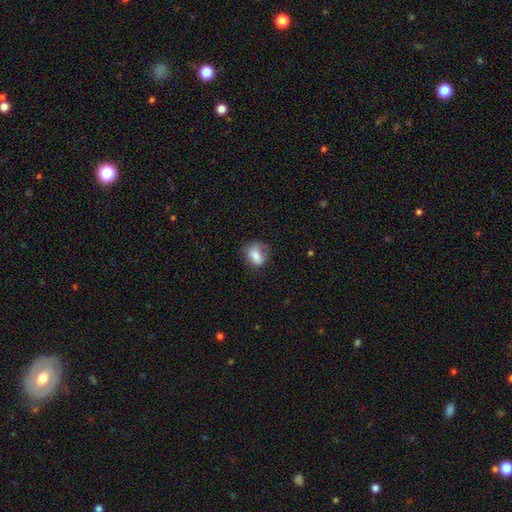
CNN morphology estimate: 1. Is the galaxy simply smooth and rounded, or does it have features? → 75% smooth, 16% featured or disk, 8% star or artifact.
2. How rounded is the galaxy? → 57% in between, 42% round, 2% cigar-shaped.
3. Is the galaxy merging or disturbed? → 55% none, 29% minor disturbance, 13% major disturbance, 2% merger.